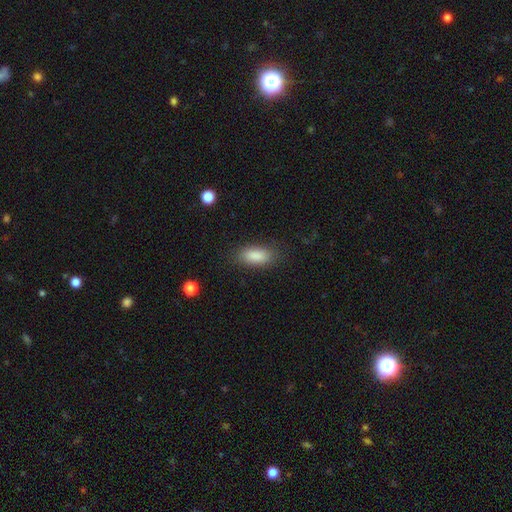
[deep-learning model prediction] Smooth or featured?
  - smooth: 88% *
  - star or artifact: 7%
  - featured or disk: 5%
How rounded?
  - in between: 83% *
  - cigar-shaped: 14%
  - round: 3%
Merging?
  - none: 83% *
  - minor disturbance: 11%
  - major disturbance: 4%
  - merger: 1%